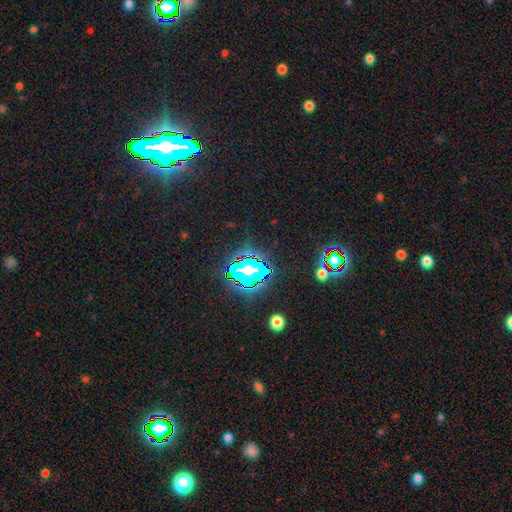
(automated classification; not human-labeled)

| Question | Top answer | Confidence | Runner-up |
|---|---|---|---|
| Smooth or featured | star or artifact | 82% | smooth (10%) |